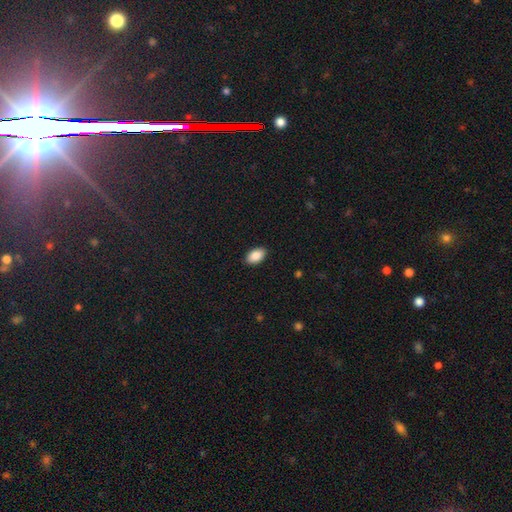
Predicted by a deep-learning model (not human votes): Morphology: type=smooth (89%); roundness=in between (94%); merging=none (89%).